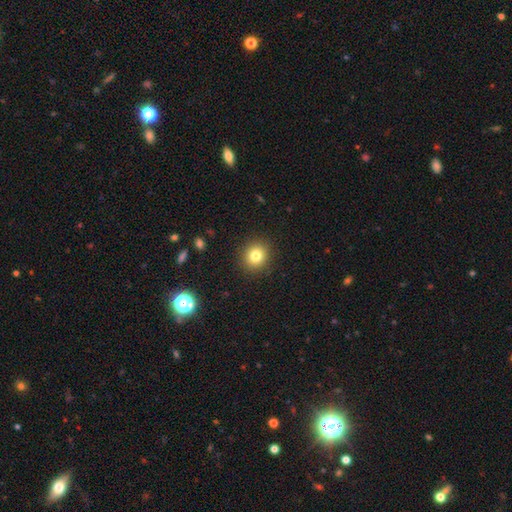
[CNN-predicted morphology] Smooth or featured?
  - smooth: 80% *
  - star or artifact: 12%
  - featured or disk: 8%
How rounded?
  - round: 86% *
  - in between: 13%
  - cigar-shaped: 1%
Merging?
  - none: 91% *
  - minor disturbance: 6%
  - major disturbance: 2%
  - merger: 1%